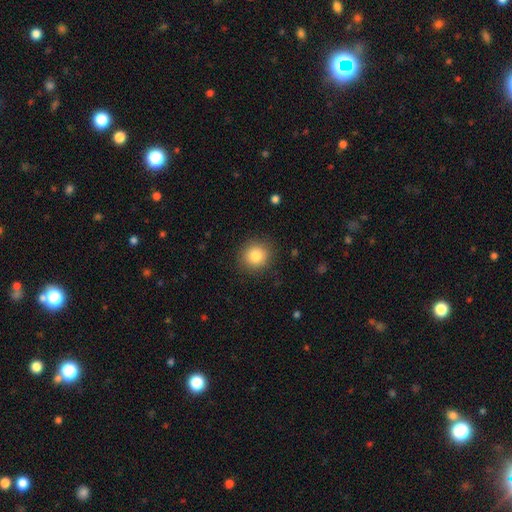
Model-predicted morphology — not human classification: This is clearly a smooth galaxy (83%). How rounded: clearly round (90%). Merging: clearly none (89%).